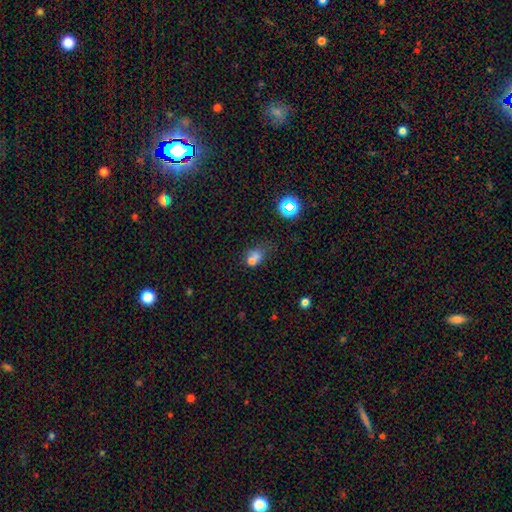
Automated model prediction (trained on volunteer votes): Smooth or featured? Predicted: smooth (p=0.65). How rounded? Predicted: round (p=0.55). Merging? Predicted: merger (p=0.42).